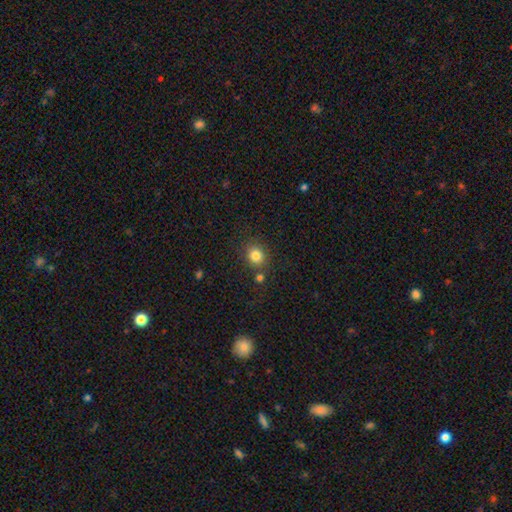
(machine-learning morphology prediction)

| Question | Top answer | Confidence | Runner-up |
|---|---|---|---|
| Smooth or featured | smooth | 82% | star or artifact (12%) |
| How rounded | round | 80% | in between (19%) |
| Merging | none | 76% | minor disturbance (10%) |